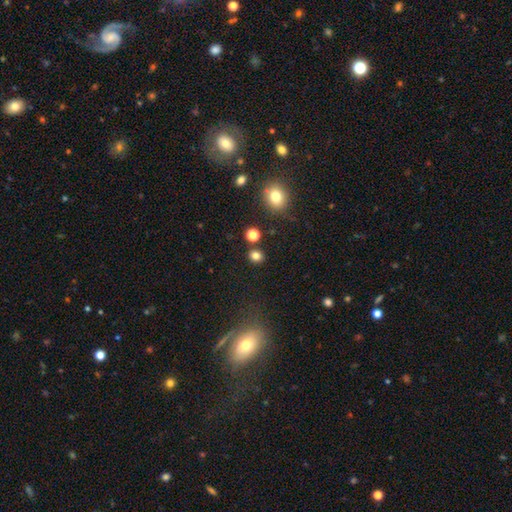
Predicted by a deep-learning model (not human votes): Smooth or featured?
  - smooth: 80% *
  - star or artifact: 15%
  - featured or disk: 5%
How rounded?
  - round: 77% *
  - in between: 22%
  - cigar-shaped: 1%
Merging?
  - none: 84% *
  - minor disturbance: 7%
  - merger: 6%
  - major disturbance: 3%